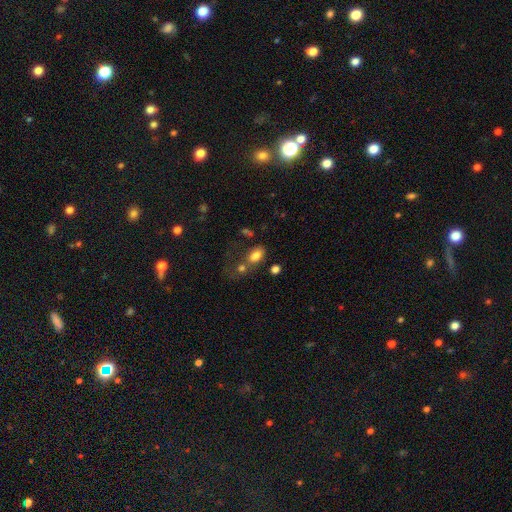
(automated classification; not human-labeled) Morphology: type=smooth (80%); roundness=in between (86%); merging=none (45%).